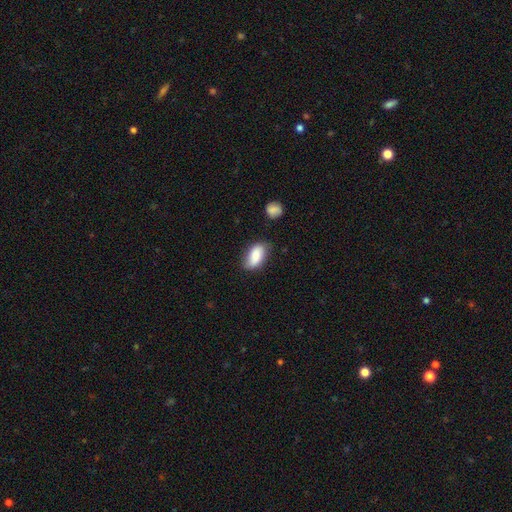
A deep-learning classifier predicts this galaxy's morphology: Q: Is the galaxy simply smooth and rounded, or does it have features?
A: smooth — 80%.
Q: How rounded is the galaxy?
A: in between — 91%.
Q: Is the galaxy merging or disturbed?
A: none — 71%.